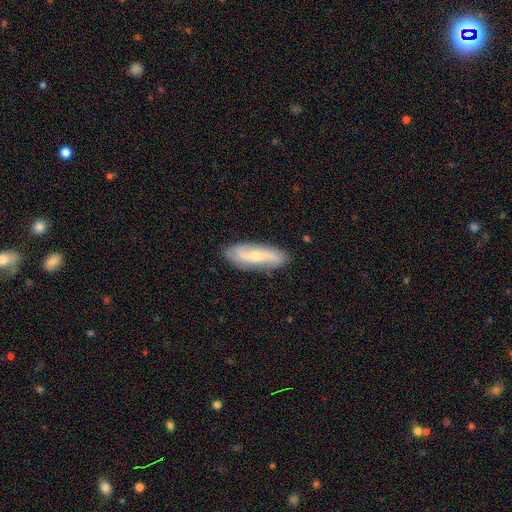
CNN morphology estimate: type=featured or disk (62%); edge-on=no (78%); merging=none (83%).